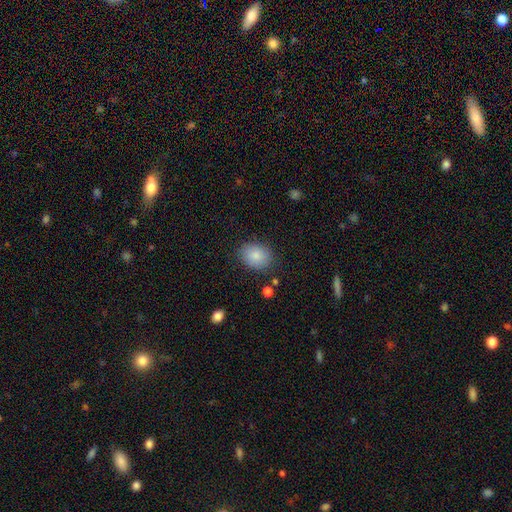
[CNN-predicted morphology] smooth_or_featured: smooth (p=0.85) [alt: star or artifact p=0.08]
how_rounded: in between (p=0.60) [alt: round p=0.40]
merging: none (p=0.84) [alt: minor disturbance p=0.11]